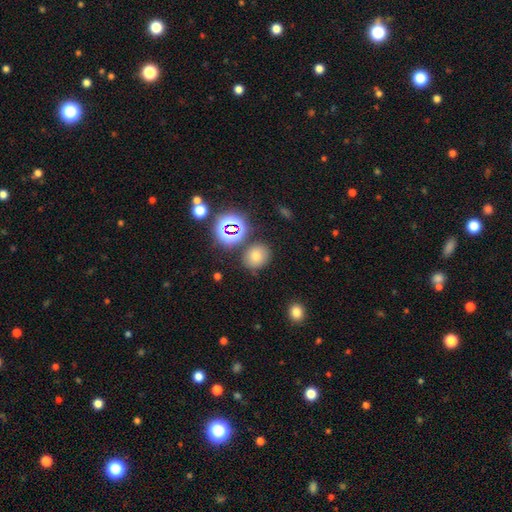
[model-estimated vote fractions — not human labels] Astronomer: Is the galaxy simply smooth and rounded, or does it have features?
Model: smooth — 61%.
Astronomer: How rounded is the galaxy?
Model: round — 63%.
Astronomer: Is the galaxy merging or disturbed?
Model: none — 80%.